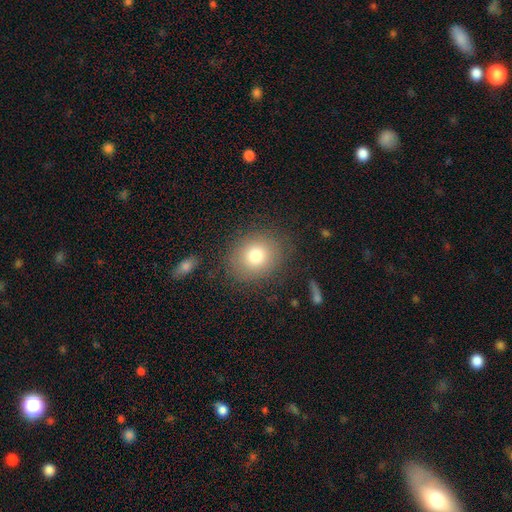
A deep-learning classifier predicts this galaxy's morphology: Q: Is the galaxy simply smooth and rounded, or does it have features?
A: smooth — 77%.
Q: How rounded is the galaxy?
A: round — 71%.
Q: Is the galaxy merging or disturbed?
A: none — 83%.